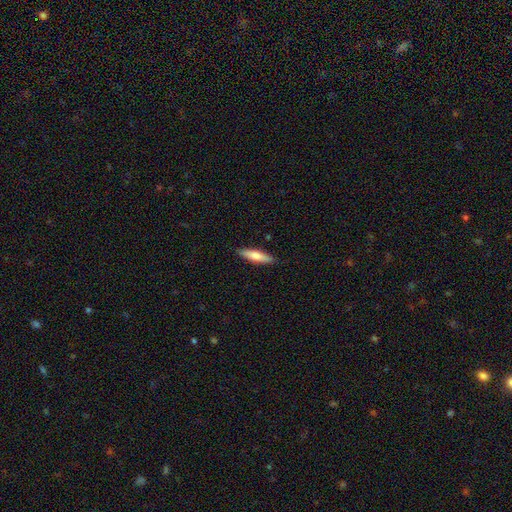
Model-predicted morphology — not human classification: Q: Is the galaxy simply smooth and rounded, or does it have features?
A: smooth — 65%.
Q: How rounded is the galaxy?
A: cigar-shaped — 76%.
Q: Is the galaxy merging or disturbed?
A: none — 89%.